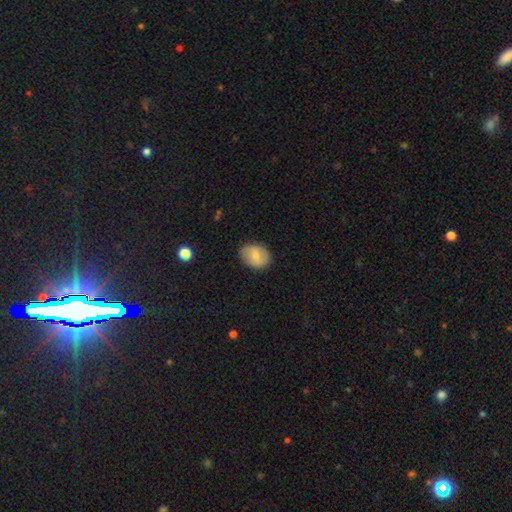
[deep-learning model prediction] Smooth or featured: smooth — 70% (featured or disk — 22%)
How rounded: in between — 62% (round — 37%)
Merging: none — 82% (minor disturbance — 14%)